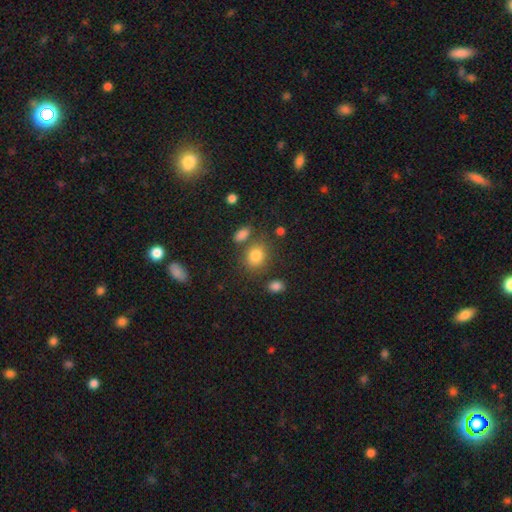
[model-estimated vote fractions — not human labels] This is clearly a smooth galaxy (81%). How rounded: possibly round (58%). Merging: likely none (70%).